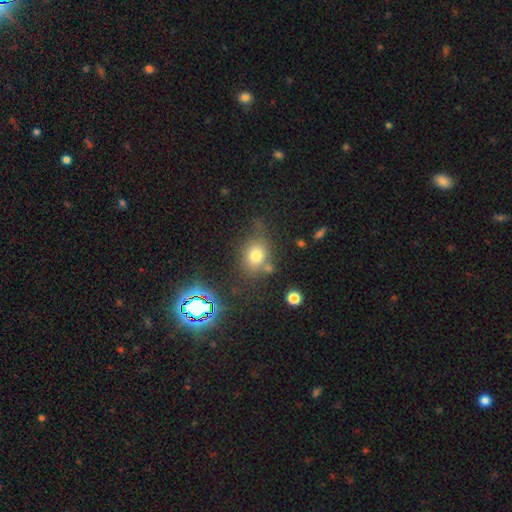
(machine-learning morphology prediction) This appears to be a smooth galaxy with no disk features (74%) that is round (50%). Merging: none (61%).